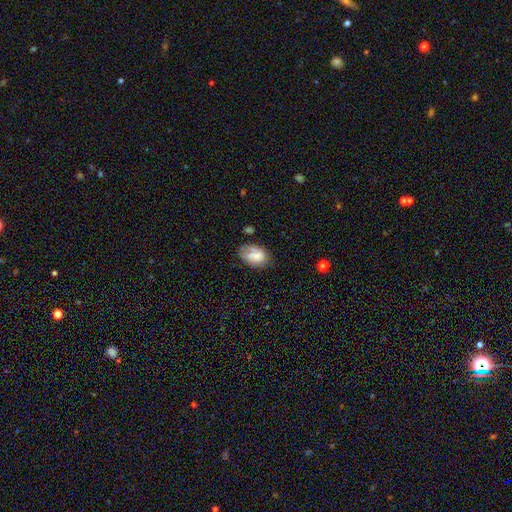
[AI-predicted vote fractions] Q: Smooth or featured?
A: smooth (66%); runner-up: featured or disk (25%)
Q: How rounded?
A: in between (87%); runner-up: round (12%)
Q: Merging?
A: none (51%); runner-up: minor disturbance (28%)